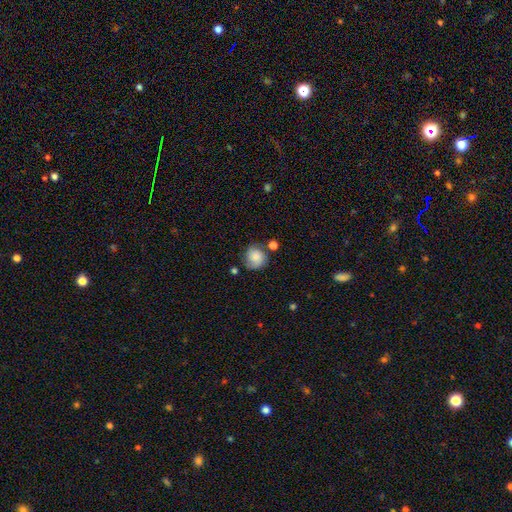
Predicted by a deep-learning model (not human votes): Smooth or featured? smooth (60%)
How rounded? round (83%)
Merging? none (63%)